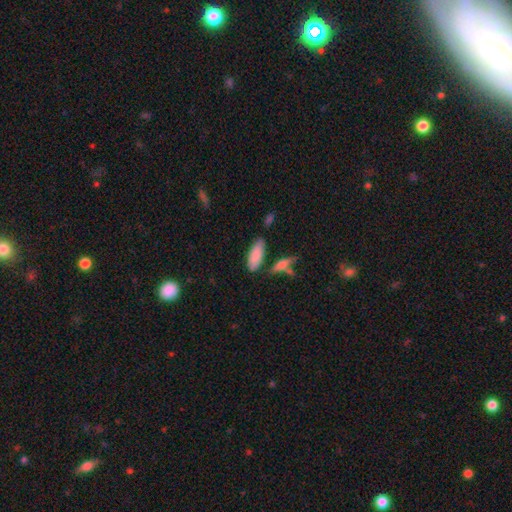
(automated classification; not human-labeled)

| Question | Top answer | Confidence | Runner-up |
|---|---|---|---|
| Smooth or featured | smooth | 85% | featured or disk (9%) |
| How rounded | in between | 74% | cigar-shaped (24%) |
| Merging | none | 73% | minor disturbance (15%) |